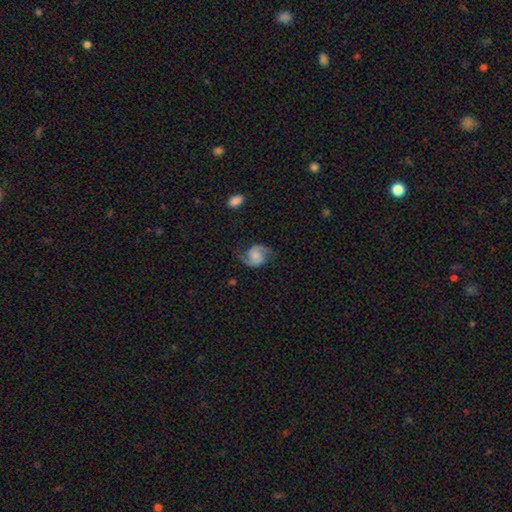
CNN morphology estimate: A featured or disk galaxy (86%) with no bar (64%), 2 (93%) medium (55%) spiral arms (98%) and a small central bulge (40%).

Vote fractions:
- Smooth or featured? featured or disk: 86% / smooth: 8% / star or artifact: 6%
- Edge-on disk? no: 98% / yes: 2%
- Bar? no: 64% / weak: 30% / strong: 6%
- Spiral arms? yes: 98% / no: 2%
- Spiral winding? medium: 55% / loose: 24% / tight: 21%
- Spiral arm count? 2: 93% / can't tell: 2% / 1: 1% / 3: 1% / 4: 1% / more than 4: 1%
- Bulge size? small: 40% / moderate: 34% / none: 19% / large: 6% / dominant: 2%
- Merging? none: 77% / minor disturbance: 16% / major disturbance: 6% / merger: 1%